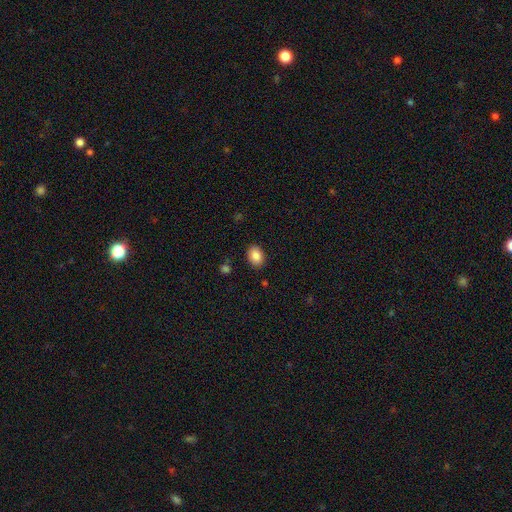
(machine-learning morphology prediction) type=smooth (87%); roundness=in between (77%); merging=none (88%).